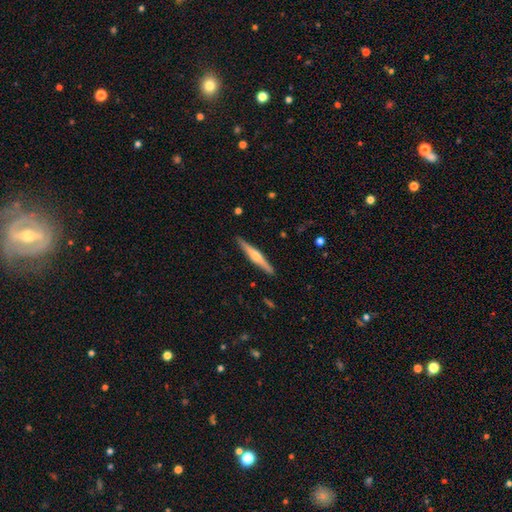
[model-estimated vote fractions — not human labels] Smooth or featured? featured or disk (67%)
Edge-on disk? yes (98%)
Edge-on bulge? rounded (88%)
Merging? none (91%)